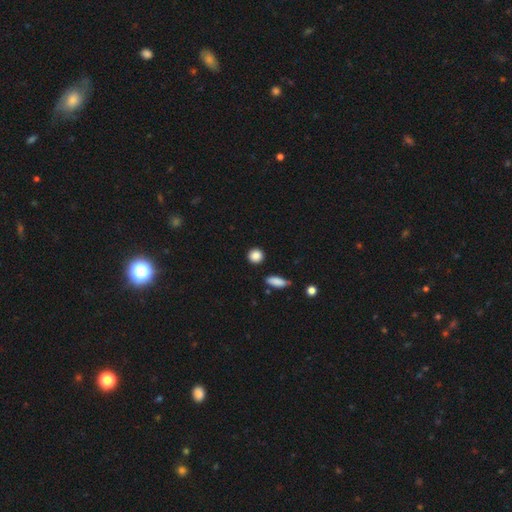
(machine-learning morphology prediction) smooth 88%, star or artifact 9%, featured or disk 4%. Down the decision tree: how rounded — round (87%); merging — none (88%).